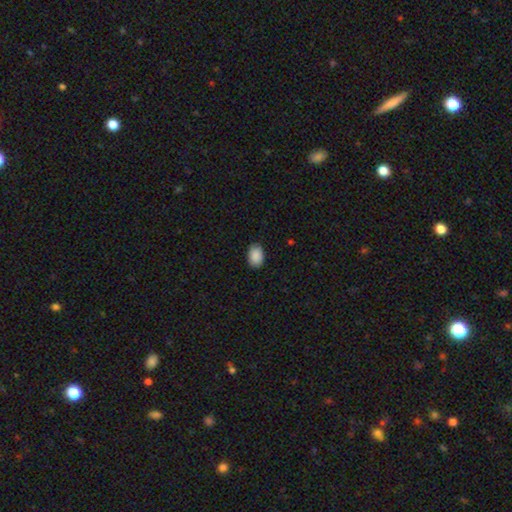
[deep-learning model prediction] smooth_or_featured: smooth (p=0.90) [alt: star or artifact p=0.07]
how_rounded: in between (p=0.86) [alt: round p=0.13]
merging: none (p=0.86) [alt: minor disturbance p=0.11]